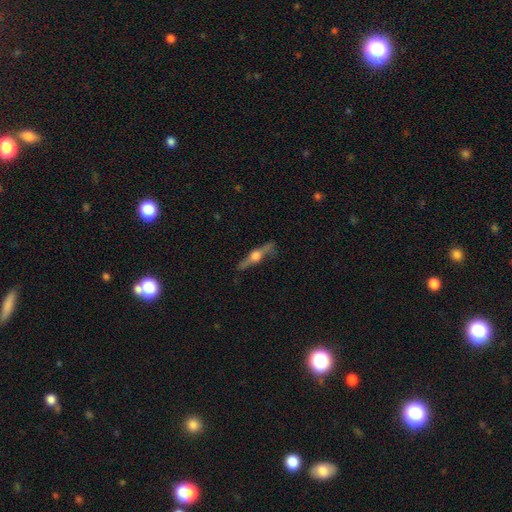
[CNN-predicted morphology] smooth-or-featured: featured or disk: 75% | smooth: 19% | star or artifact: 6%
  disk-edge-on: yes: 97% | no: 3%
    edge-on-bulge: rounded: 95% | boxy: 3% | none: 2%
  merging: none: 84% | minor disturbance: 12% | major disturbance: 3% | merger: 2%